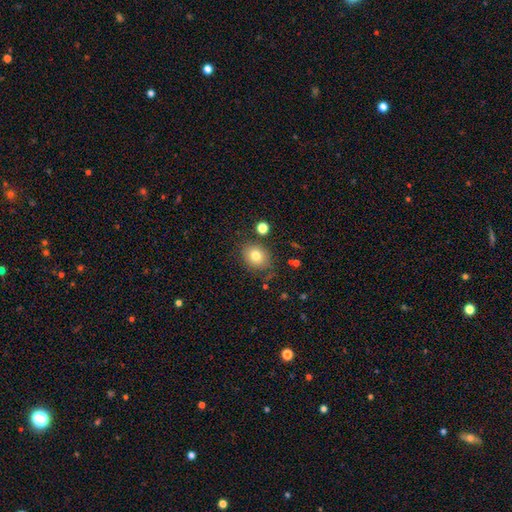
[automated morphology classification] type=smooth (79%); roundness=round (61%); merging=none (77%).